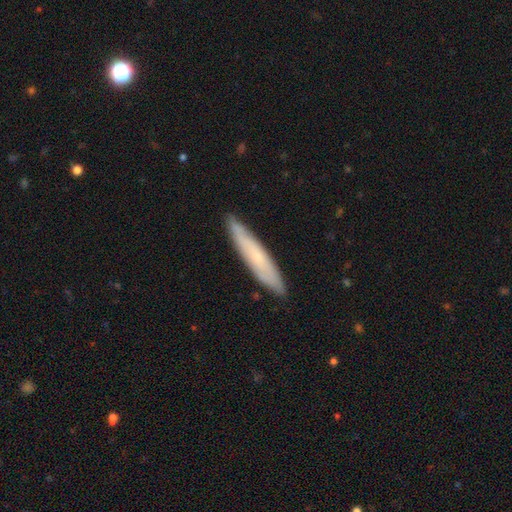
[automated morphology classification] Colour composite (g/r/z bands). It shows a smooth galaxy with no disk features (55%) that is cigar-shaped (90%). Merging: none (87%).